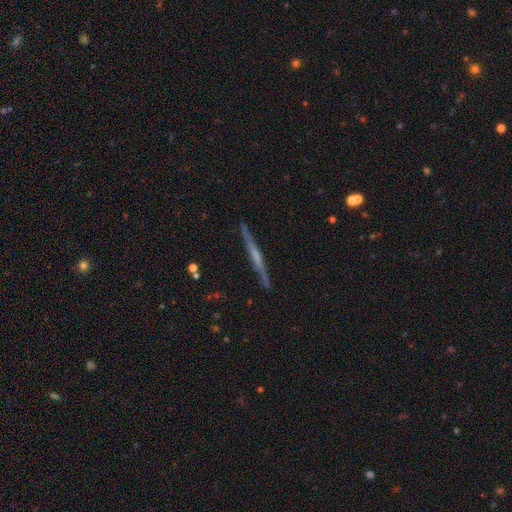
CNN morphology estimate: This appears to be a featured or disk galaxy (72%) viewed edge-on (98%) with no central bulge (49%). Merging: none (90%).